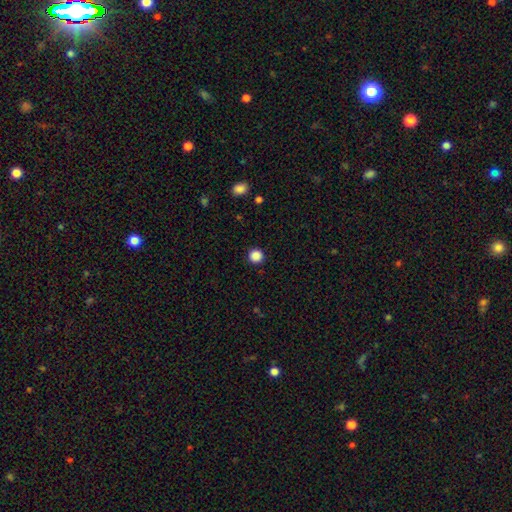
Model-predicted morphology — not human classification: smooth_or_featured: smooth (p=0.87) [alt: star or artifact p=0.10]
how_rounded: round (p=0.95) [alt: in between p=0.04]
merging: none (p=0.92) [alt: minor disturbance p=0.05]